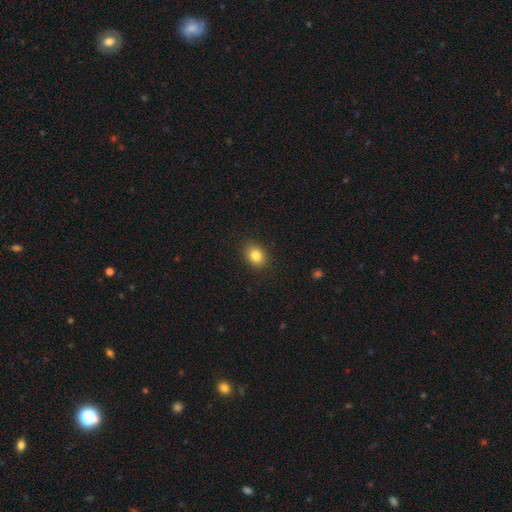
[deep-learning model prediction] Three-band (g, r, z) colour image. It shows a smooth galaxy with no disk features (83%) that is in between round and cigar-shaped (57%). Merging: none (89%).